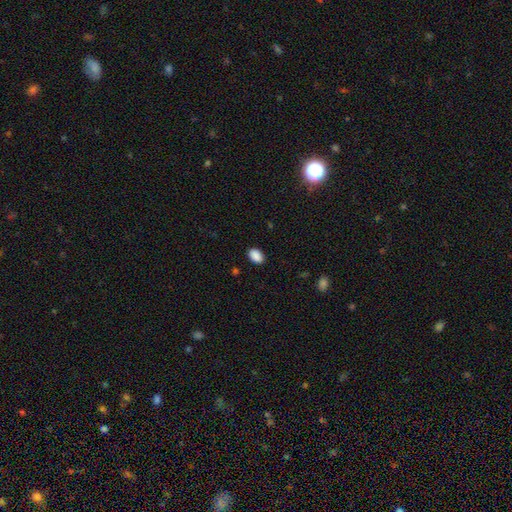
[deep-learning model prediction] Smooth or featured: smooth — 89% (star or artifact — 8%)
How rounded: in between — 86% (round — 13%)
Merging: none — 87% (minor disturbance — 9%)